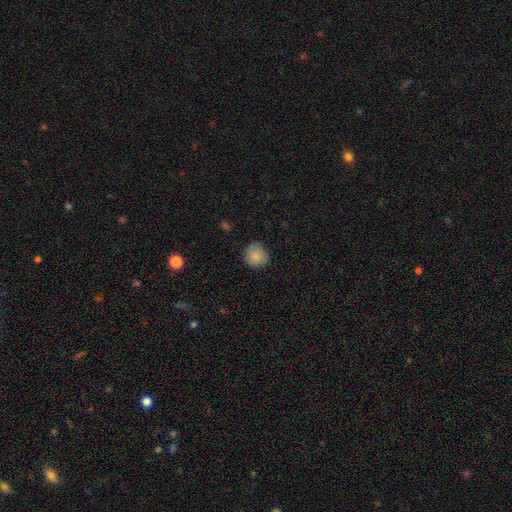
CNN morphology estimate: A smooth galaxy with no disk features (85%) that is round (90%). Merging: none (83%).